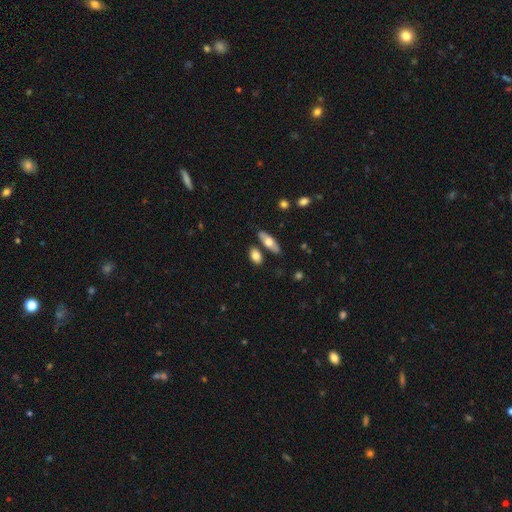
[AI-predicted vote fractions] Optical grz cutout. It shows a smooth galaxy with no disk features (74%) that is in between round and cigar-shaped (81%). Merging: none (73%).